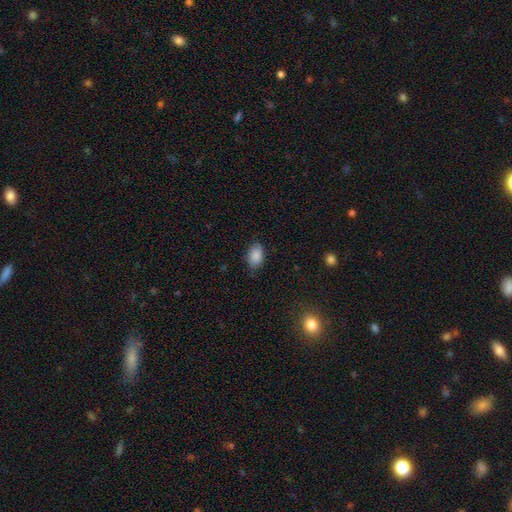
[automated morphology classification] A smooth galaxy with no disk features (87%) that is in between round and cigar-shaped (89%). Merging: none (76%).